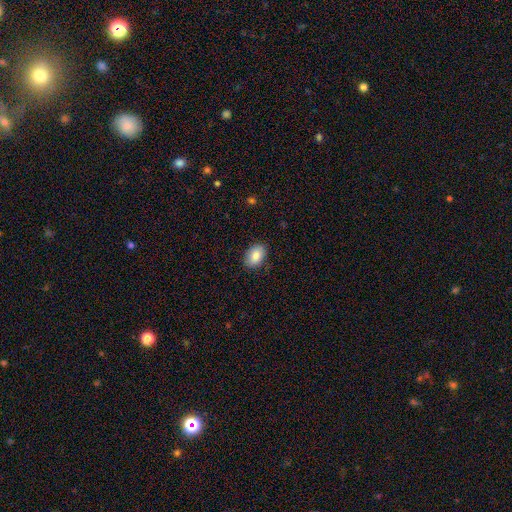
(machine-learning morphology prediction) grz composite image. It shows a smooth galaxy with no disk features (87%) that is in between round and cigar-shaped (86%). Merging: none (86%).